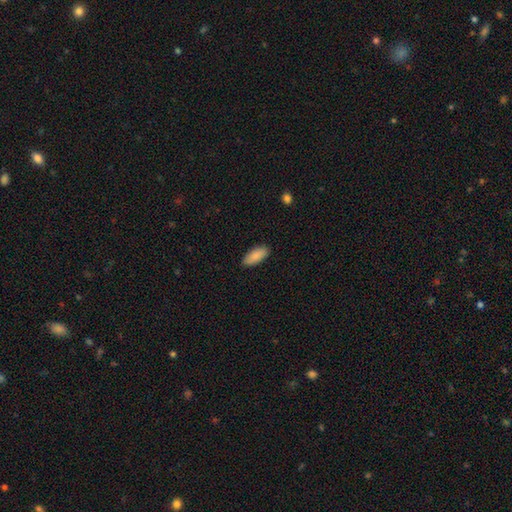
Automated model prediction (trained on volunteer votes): This is clearly a smooth galaxy (89%). How rounded: clearly in between (84%). Merging: clearly none (88%).